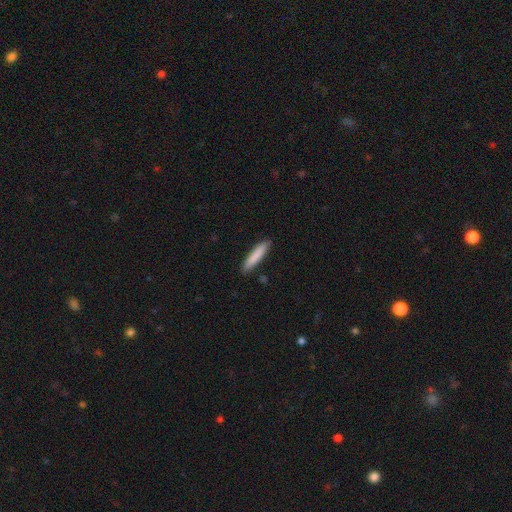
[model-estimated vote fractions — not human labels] smooth-or-featured: smooth: 85% | featured or disk: 10% | star or artifact: 6%
  how-rounded: cigar-shaped: 87% | in between: 11% | round: 1%
  merging: none: 88% | minor disturbance: 9% | major disturbance: 2% | merger: 1%